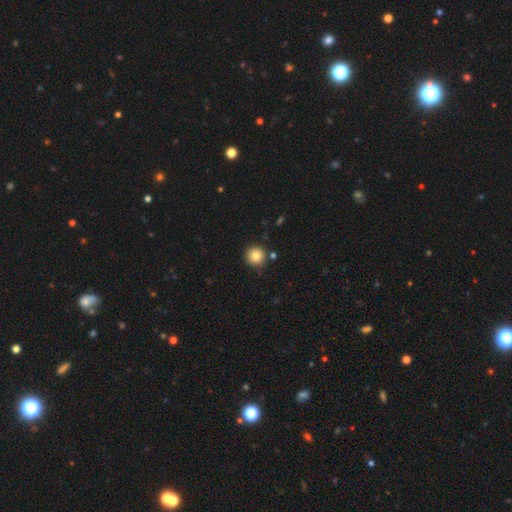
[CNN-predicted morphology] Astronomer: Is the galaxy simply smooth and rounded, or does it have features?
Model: smooth — 84%.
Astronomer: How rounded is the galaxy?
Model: round — 95%.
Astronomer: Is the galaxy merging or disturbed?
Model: none — 87%.